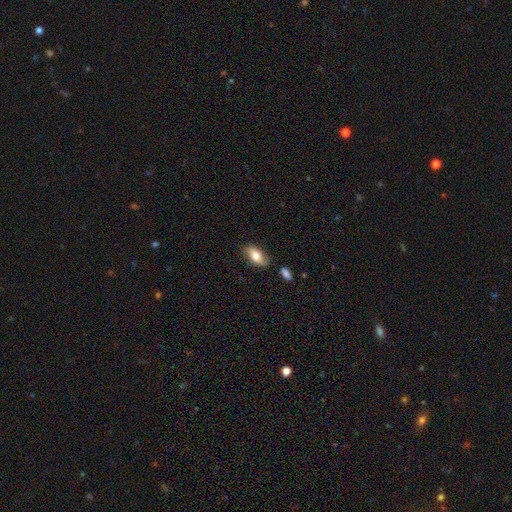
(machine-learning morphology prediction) type=smooth (69%); roundness=in between (91%); merging=none (75%).